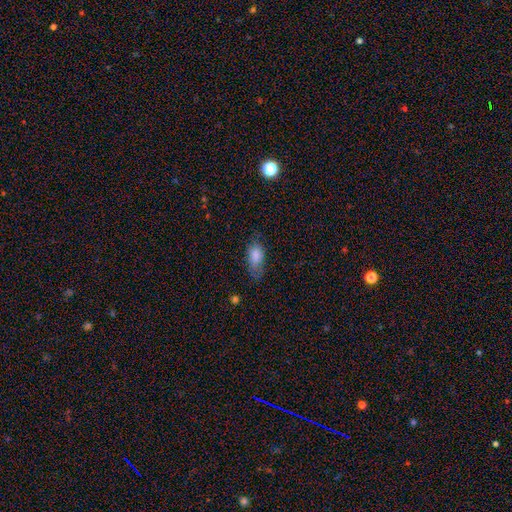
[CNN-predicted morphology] smooth_or_featured: smooth (p=0.81) [alt: featured or disk p=0.10]
how_rounded: in between (p=0.88) [alt: cigar-shaped p=0.08]
merging: none (p=0.54) [alt: minor disturbance p=0.31]